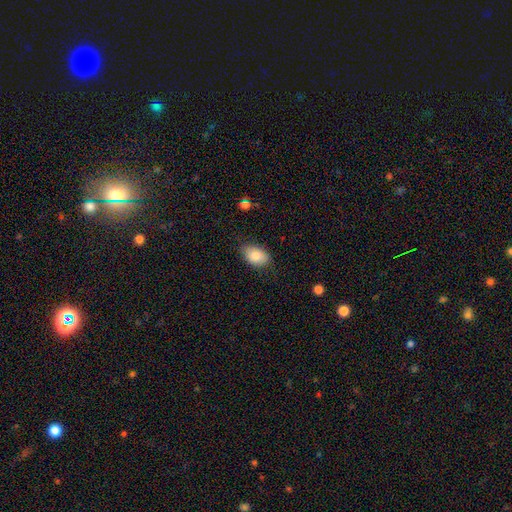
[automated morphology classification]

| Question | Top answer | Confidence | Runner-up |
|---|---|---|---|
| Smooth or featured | smooth | 84% | featured or disk (9%) |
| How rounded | in between | 90% | round (9%) |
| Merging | none | 77% | minor disturbance (19%) |